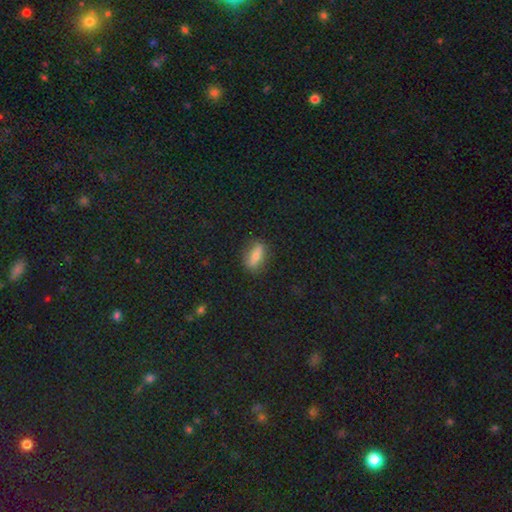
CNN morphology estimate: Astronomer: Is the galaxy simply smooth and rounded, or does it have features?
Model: smooth — 64%.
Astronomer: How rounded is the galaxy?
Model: in between — 69%.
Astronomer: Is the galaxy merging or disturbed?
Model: none — 83%.